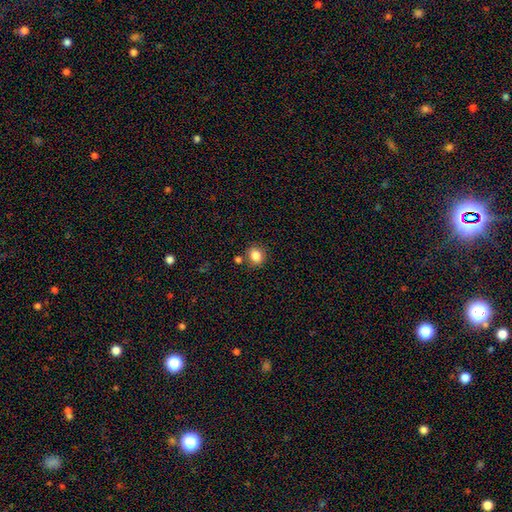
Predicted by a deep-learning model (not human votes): This is clearly a smooth galaxy (85%). How rounded: likely round (72%). Merging: likely none (79%).